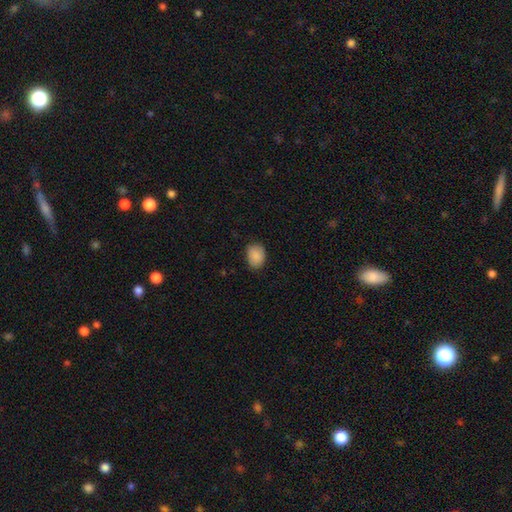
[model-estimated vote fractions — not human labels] A smooth galaxy with no disk features (88%) that is in between round and cigar-shaped (65%).

Vote fractions:
- Smooth or featured? smooth: 88% / star or artifact: 7% / featured or disk: 5%
- How rounded? in between: 65% / round: 34% / cigar-shaped: 1%
- Merging? none: 81% / minor disturbance: 15% / major disturbance: 3% / merger: 1%